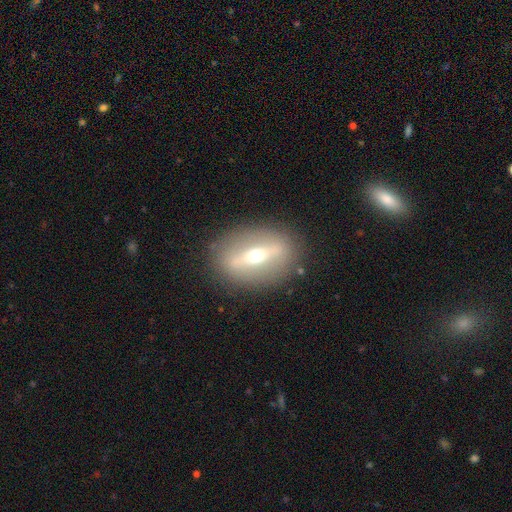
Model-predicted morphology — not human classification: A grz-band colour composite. It shows a featured or disk galaxy (64%). Merging: none (84%).